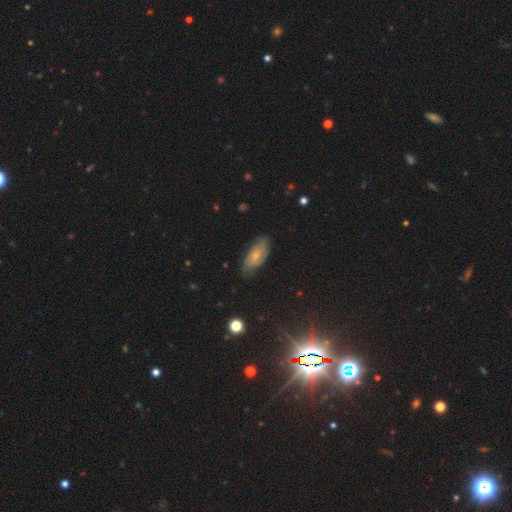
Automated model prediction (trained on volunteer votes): A smooth galaxy with no disk features (55%) that is in between round and cigar-shaped (85%).

Vote fractions:
- Smooth or featured? smooth: 55% / featured or disk: 37% / star or artifact: 9%
- How rounded? in between: 85% / cigar-shaped: 12% / round: 3%
- Merging? none: 68% / minor disturbance: 25% / major disturbance: 5% / merger: 1%